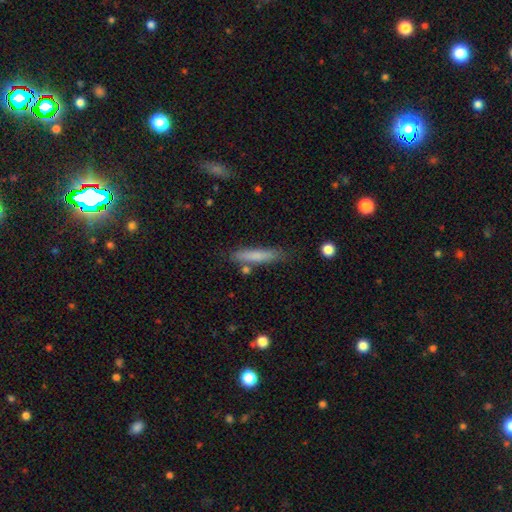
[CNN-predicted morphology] Smooth or featured: smooth — 74% (featured or disk — 19%)
How rounded: cigar-shaped — 90% (in between — 9%)
Merging: none — 77% (minor disturbance — 15%)